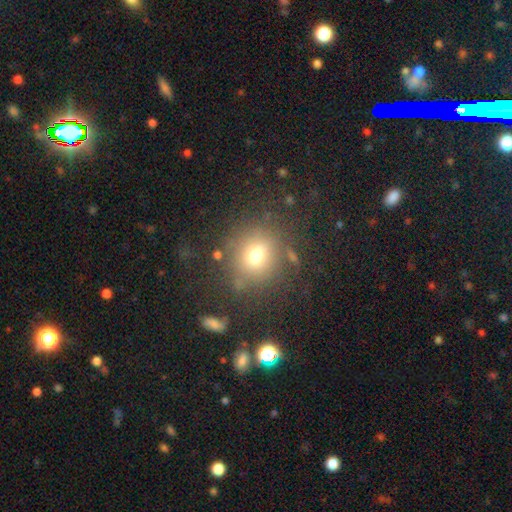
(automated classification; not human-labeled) This is likely a smooth galaxy (71%). How rounded: clearly round (82%). Merging: likely none (78%).